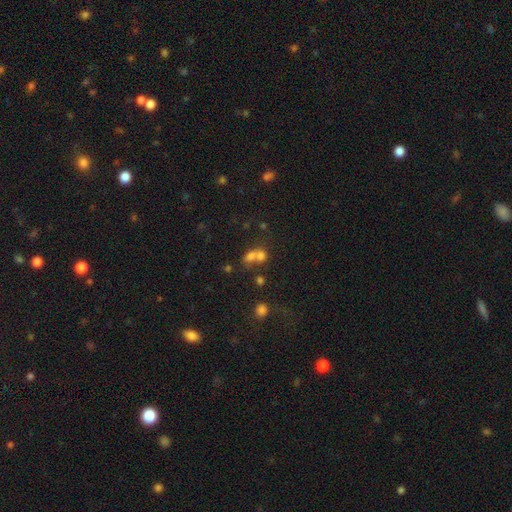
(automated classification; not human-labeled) Smooth or featured: smooth — 67% (featured or disk — 17%)
How rounded: round — 55% (in between — 42%)
Merging: merger — 63% (none — 26%)